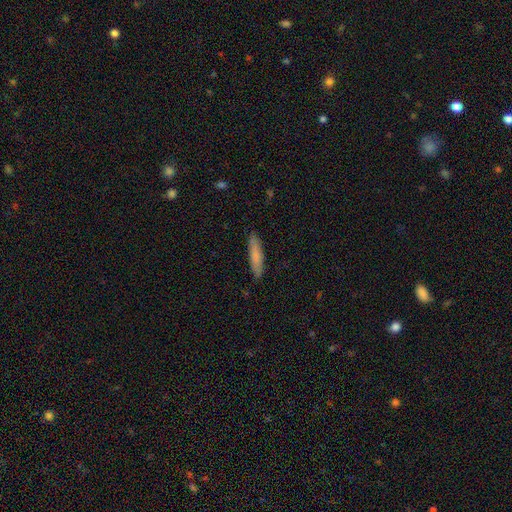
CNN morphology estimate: This is likely a smooth galaxy (77%). How rounded: clearly cigar-shaped (86%). Merging: clearly none (88%).